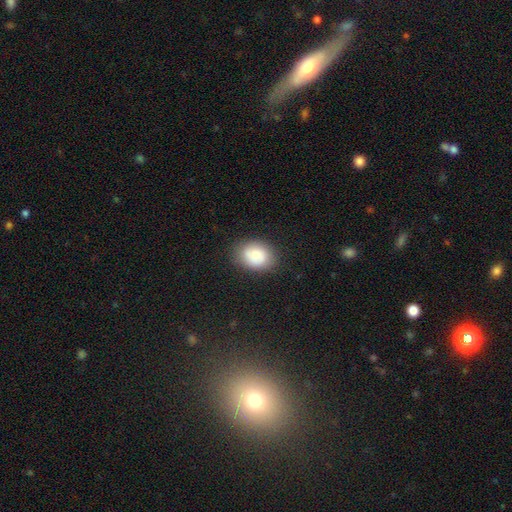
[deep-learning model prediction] Smooth or featured? smooth (77%)
How rounded? in between (56%)
Merging? none (80%)